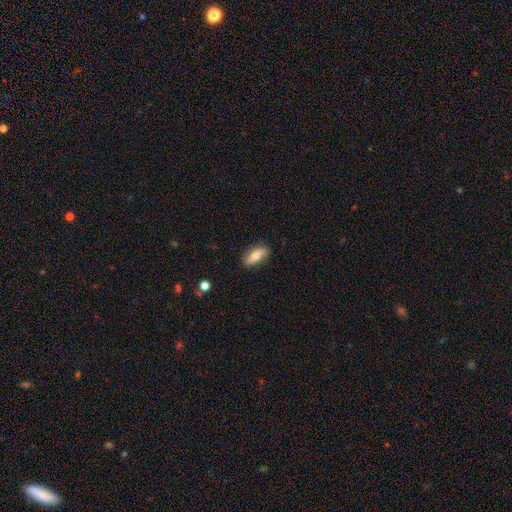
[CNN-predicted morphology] smooth_or_featured: smooth (p=0.68) [alt: featured or disk p=0.25]
how_rounded: in between (p=0.79) [alt: cigar-shaped p=0.17]
merging: none (p=0.84) [alt: minor disturbance p=0.13]